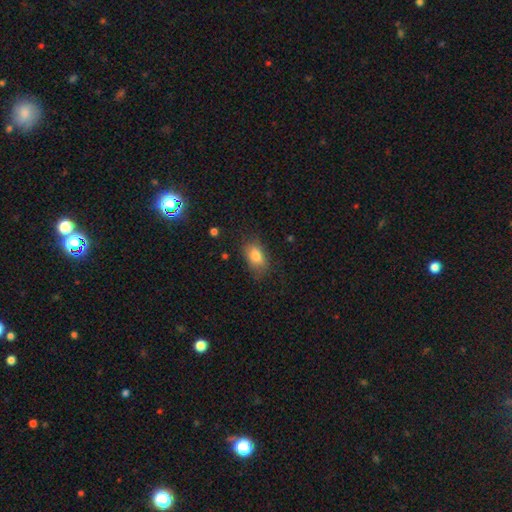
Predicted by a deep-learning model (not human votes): smooth 82%, featured or disk 10%, star or artifact 9%. Down the decision tree: how rounded — in between (87%); merging — none (73%).